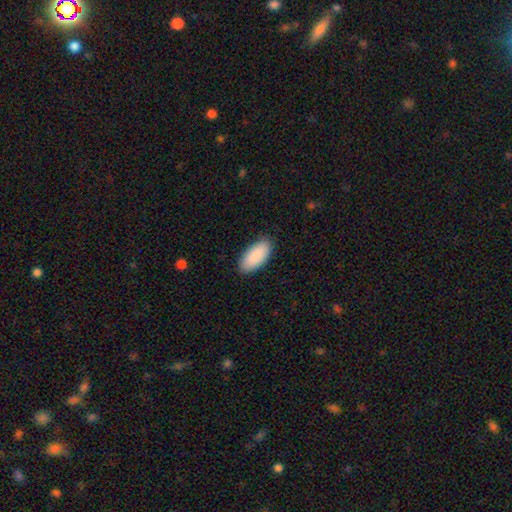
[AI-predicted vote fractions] smooth 91%, star or artifact 5%, featured or disk 4%. Down the decision tree: how rounded — in between (93%); merging — none (87%).